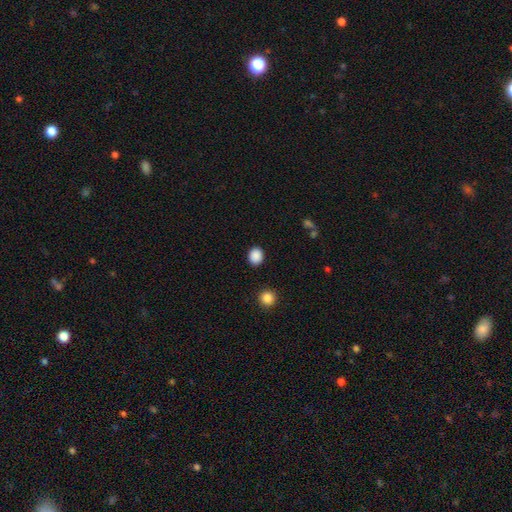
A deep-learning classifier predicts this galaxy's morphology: smooth 88%, star or artifact 9%, featured or disk 3%. Down the decision tree: how rounded — round (70%); merging — none (90%).